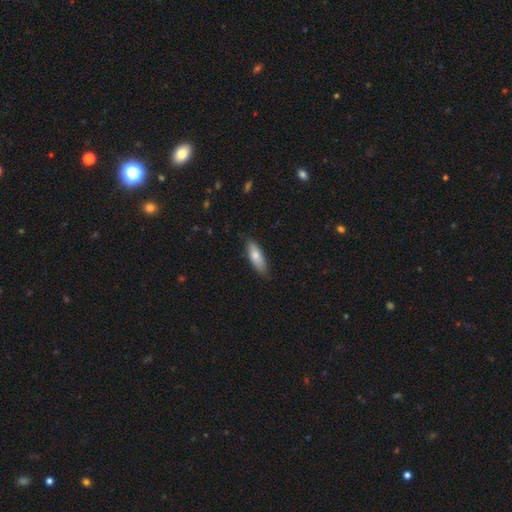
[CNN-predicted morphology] type=smooth (73%); roundness=in between (54%); merging=none (78%).